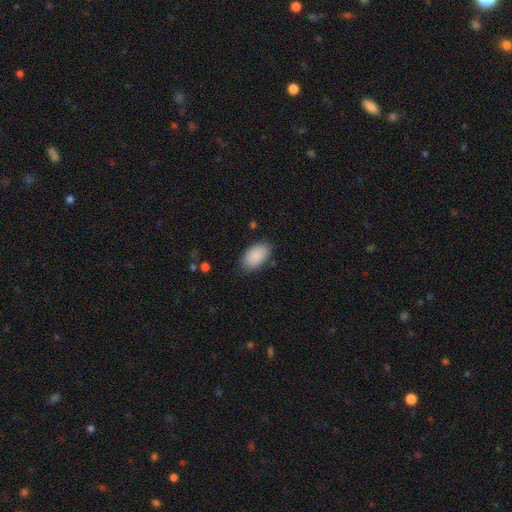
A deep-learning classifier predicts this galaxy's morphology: Smooth or featured? smooth (90%)
How rounded? in between (94%)
Merging? none (82%)